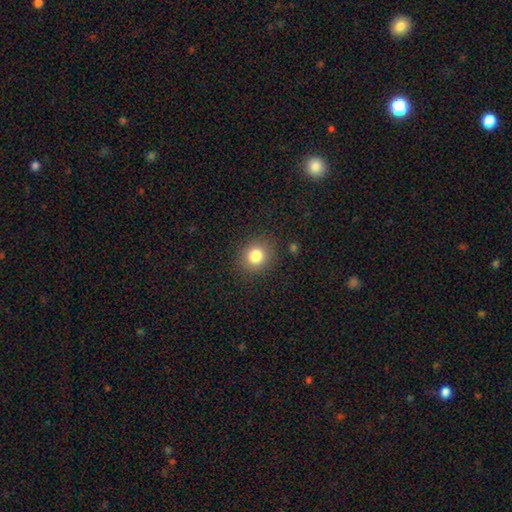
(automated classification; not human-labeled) smooth 82%, star or artifact 12%, featured or disk 6%. Down the decision tree: how rounded — round (87%); merging — none (88%).